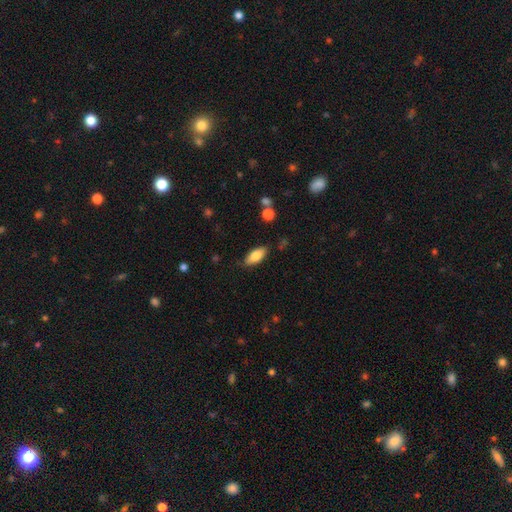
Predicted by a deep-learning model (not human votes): Morphology: type=smooth (79%); roundness=in between (83%); merging=none (82%).